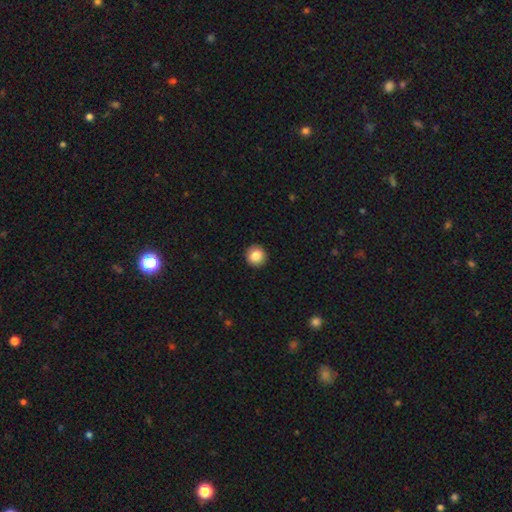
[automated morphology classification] Smooth or featured? smooth (84%)
How rounded? round (94%)
Merging? none (93%)